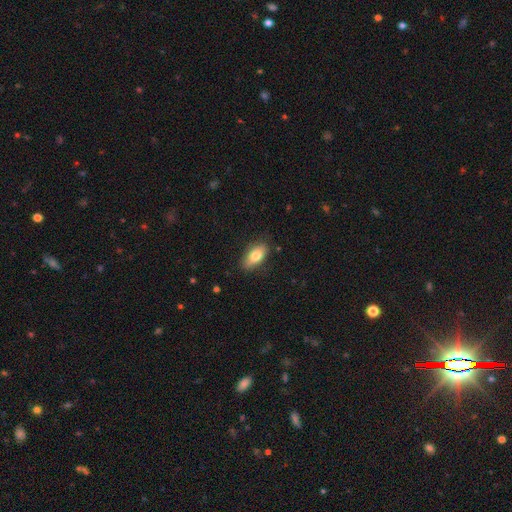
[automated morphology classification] smooth-or-featured: smooth: 77% | featured or disk: 16% | star or artifact: 7%
  how-rounded: in between: 87% | cigar-shaped: 9% | round: 4%
  merging: none: 82% | minor disturbance: 14% | major disturbance: 3% | merger: 1%